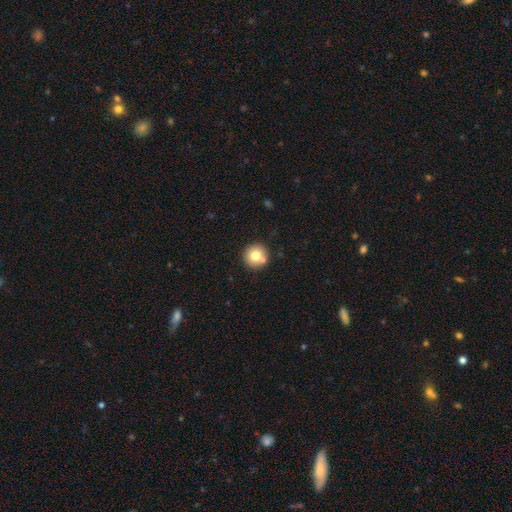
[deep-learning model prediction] Smooth or featured? Predicted: smooth (p=0.74). How rounded? Predicted: round (p=0.94). Merging? Predicted: none (p=0.76).